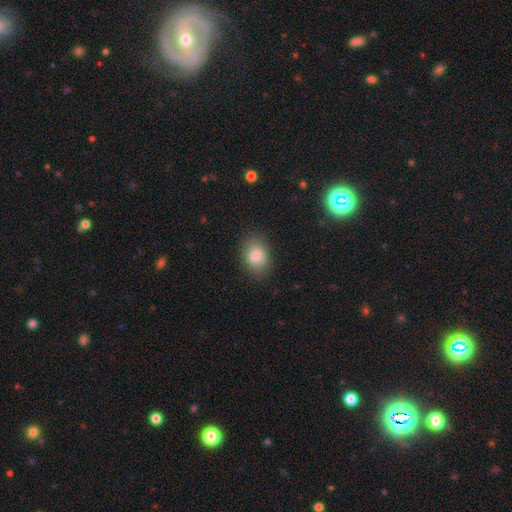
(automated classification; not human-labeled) A smooth galaxy with no disk features (84%) that is in between round and cigar-shaped (76%).

Vote fractions:
- Smooth or featured? smooth: 84% / star or artifact: 9% / featured or disk: 8%
- How rounded? in between: 76% / round: 23% / cigar-shaped: 1%
- Merging? none: 82% / minor disturbance: 13% / major disturbance: 4% / merger: 1%